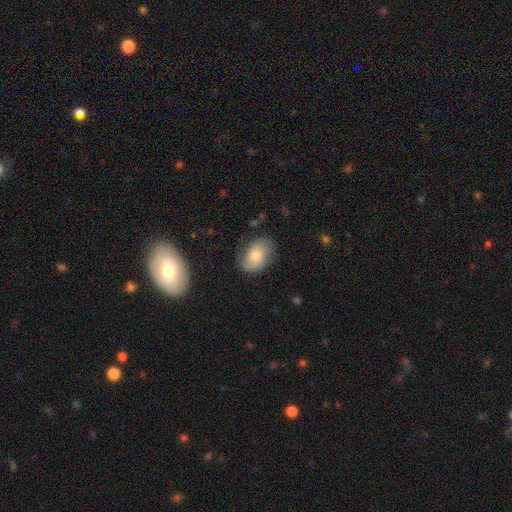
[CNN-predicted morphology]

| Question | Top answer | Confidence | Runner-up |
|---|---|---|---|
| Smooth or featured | smooth | 54% | featured or disk (38%) |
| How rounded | in between | 78% | round (21%) |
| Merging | none | 66% | minor disturbance (23%) |